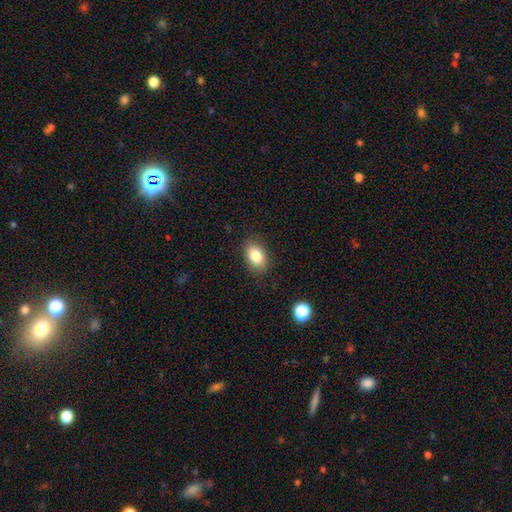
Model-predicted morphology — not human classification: Smooth or featured? smooth (82%)
How rounded? in between (80%)
Merging? none (86%)